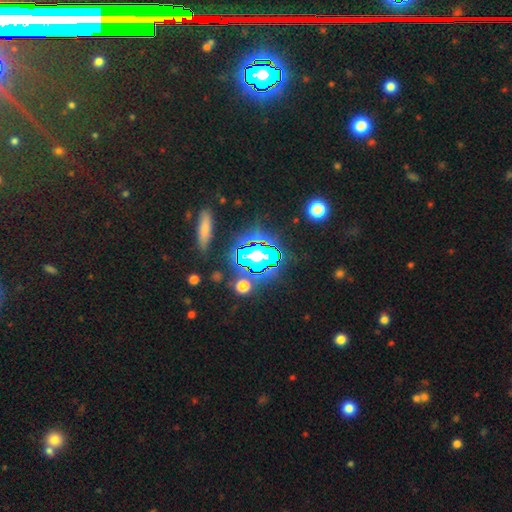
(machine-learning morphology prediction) Smooth or featured? Predicted: star or artifact (p=0.65).